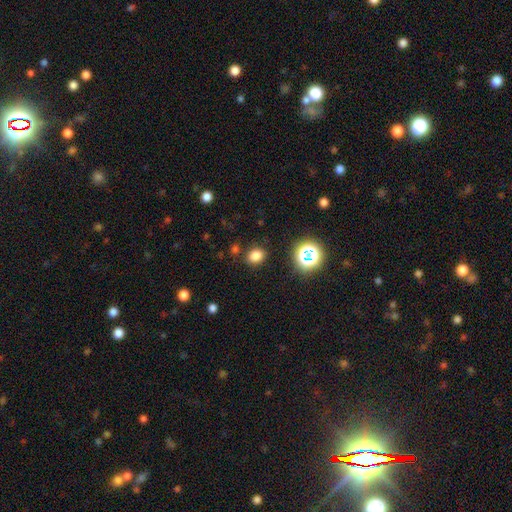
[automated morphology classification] A smooth galaxy with no disk features (78%) that is round (52%). Merging: none (84%).